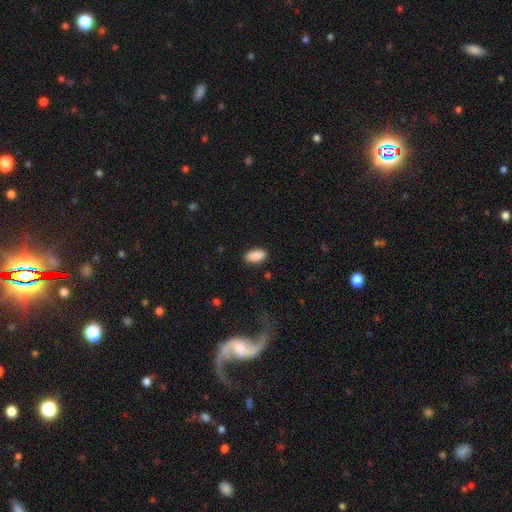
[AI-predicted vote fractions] smooth 90%, star or artifact 7%, featured or disk 3%. Down the decision tree: how rounded — in between (94%); merging — none (88%).